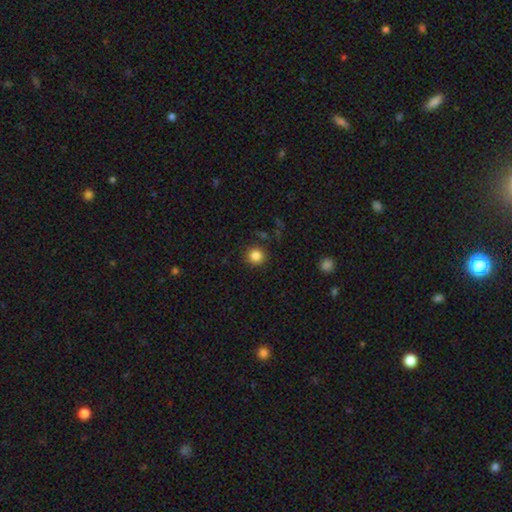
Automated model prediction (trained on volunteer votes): Smooth or featured?
  - smooth: 85% *
  - star or artifact: 11%
  - featured or disk: 4%
How rounded?
  - round: 93% *
  - in between: 6%
  - cigar-shaped: 1%
Merging?
  - none: 90% *
  - minor disturbance: 6%
  - major disturbance: 2%
  - merger: 2%